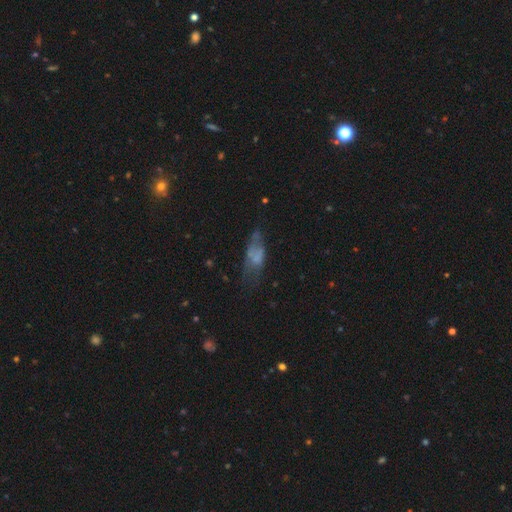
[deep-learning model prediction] A smooth galaxy with no disk features (50%). Merging: none (38%).